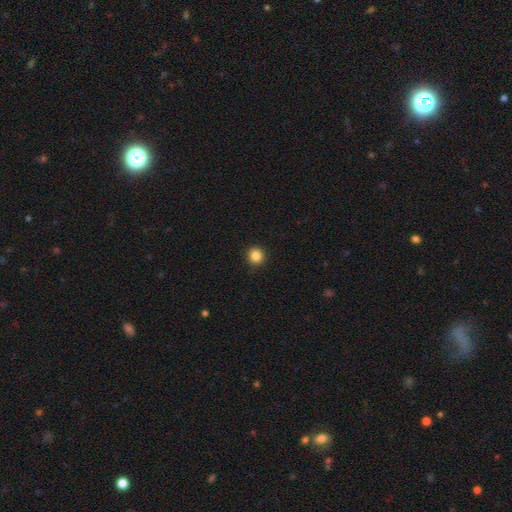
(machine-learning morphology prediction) Q: Smooth or featured?
A: smooth (86%); runner-up: star or artifact (11%)
Q: How rounded?
A: round (94%); runner-up: in between (5%)
Q: Merging?
A: none (93%); runner-up: minor disturbance (5%)